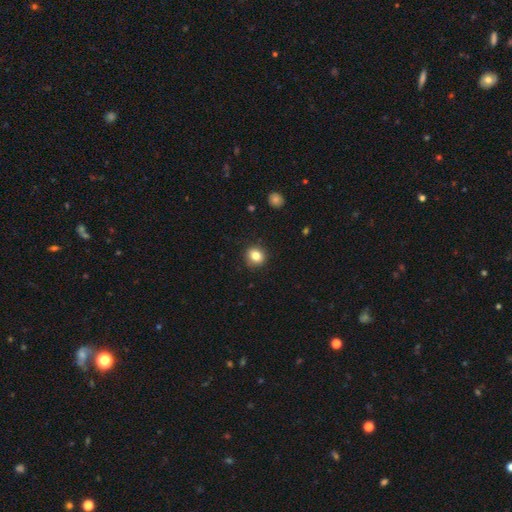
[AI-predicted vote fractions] A smooth galaxy with no disk features (83%) that is round (81%). Merging: none (89%).